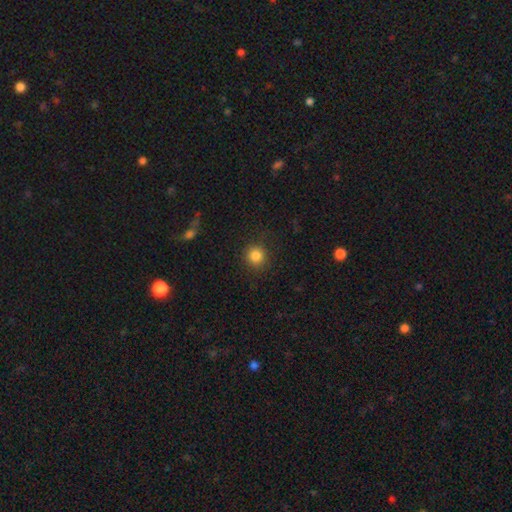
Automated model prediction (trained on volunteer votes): smooth 84%, star or artifact 11%, featured or disk 5%. Down the decision tree: how rounded — round (93%); merging — none (88%).